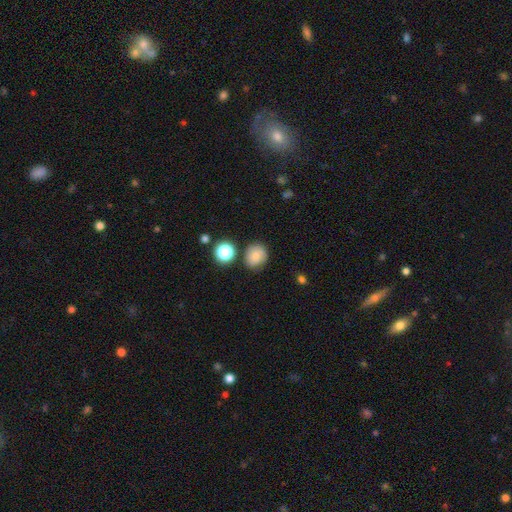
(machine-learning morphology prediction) Smooth or featured? smooth (76%)
How rounded? round (72%)
Merging? none (76%)